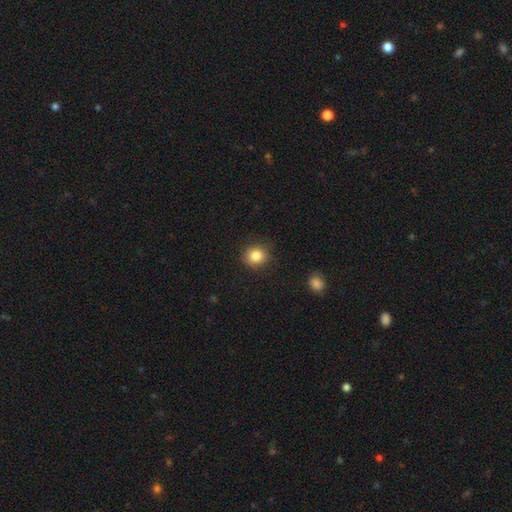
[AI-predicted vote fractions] smooth-or-featured: smooth: 85% | star or artifact: 10% | featured or disk: 5%
  how-rounded: round: 82% | in between: 17% | cigar-shaped: 1%
  merging: none: 88% | minor disturbance: 9% | major disturbance: 2% | merger: 1%